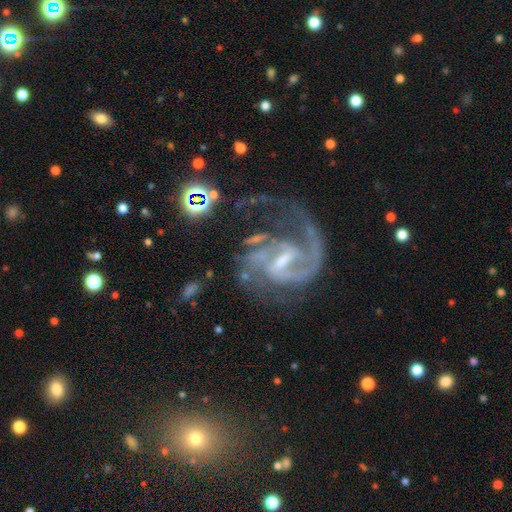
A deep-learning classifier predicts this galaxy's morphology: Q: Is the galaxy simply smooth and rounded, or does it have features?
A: featured or disk — 91%.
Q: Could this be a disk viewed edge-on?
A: no — 98%.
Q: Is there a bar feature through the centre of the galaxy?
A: weak — 52%.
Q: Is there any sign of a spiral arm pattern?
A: yes — 97%.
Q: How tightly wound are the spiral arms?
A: medium — 55%.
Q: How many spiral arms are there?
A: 2 — 65%.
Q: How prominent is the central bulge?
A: small — 52%.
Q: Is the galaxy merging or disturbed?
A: none — 47%.